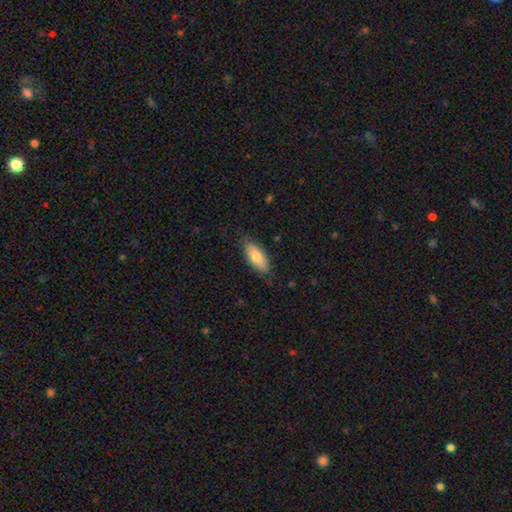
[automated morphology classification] Smooth or featured?
  - smooth: 77% *
  - featured or disk: 17%
  - star or artifact: 6%
How rounded?
  - in between: 82% *
  - cigar-shaped: 16%
  - round: 2%
Merging?
  - none: 80% *
  - minor disturbance: 17%
  - major disturbance: 3%
  - merger: 1%